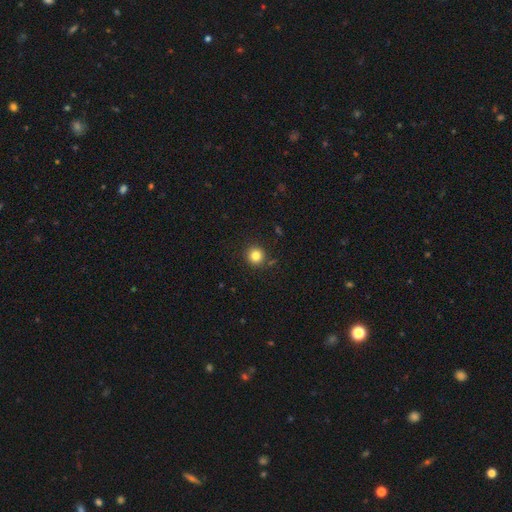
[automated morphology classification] A smooth galaxy with no disk features (83%) that is round (94%).

Vote fractions:
- Smooth or featured? smooth: 83% / star or artifact: 12% / featured or disk: 5%
- How rounded? round: 94% / in between: 5% / cigar-shaped: 1%
- Merging? none: 89% / minor disturbance: 7% / merger: 2% / major disturbance: 2%